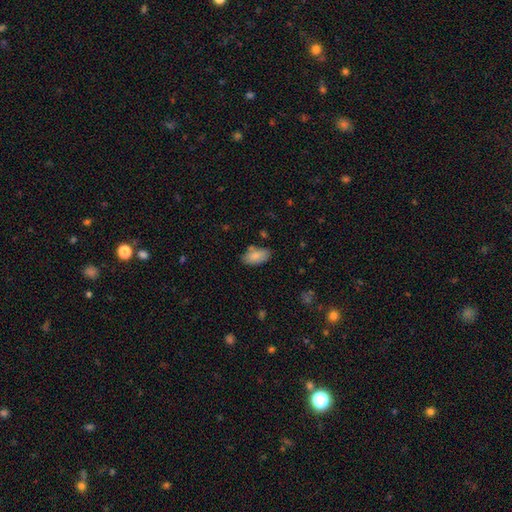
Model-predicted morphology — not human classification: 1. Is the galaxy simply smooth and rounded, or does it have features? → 83% smooth, 10% featured or disk, 7% star or artifact.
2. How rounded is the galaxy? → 94% in between, 3% round, 3% cigar-shaped.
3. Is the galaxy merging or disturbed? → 72% none, 18% minor disturbance, 7% merger, 4% major disturbance.